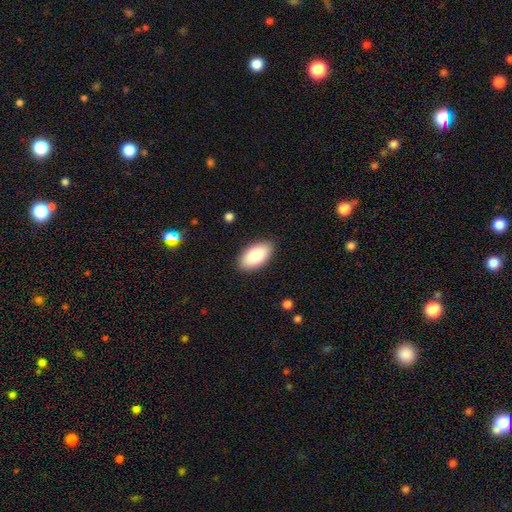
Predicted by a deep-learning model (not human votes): This is clearly a smooth galaxy (83%). How rounded: clearly in between (95%). Merging: clearly none (89%).